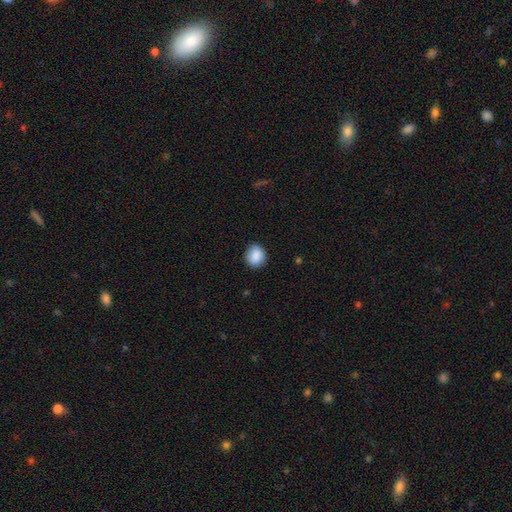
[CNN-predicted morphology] This appears to be a smooth galaxy with no disk features (89%) that is round (71%). Merging: none (86%).